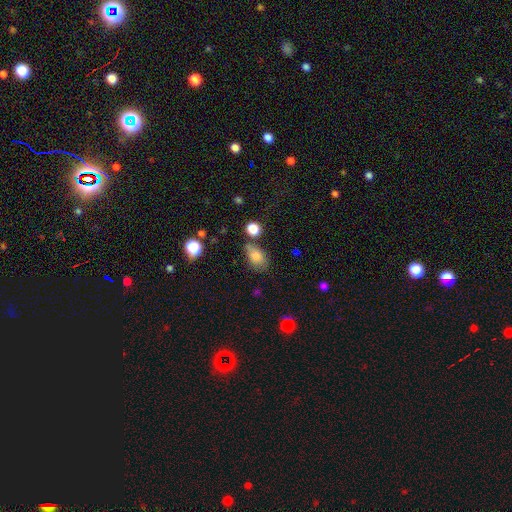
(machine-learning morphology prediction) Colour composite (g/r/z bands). It shows a smooth galaxy with no disk features (78%) that is in between round and cigar-shaped (84%). Merging: none (58%).